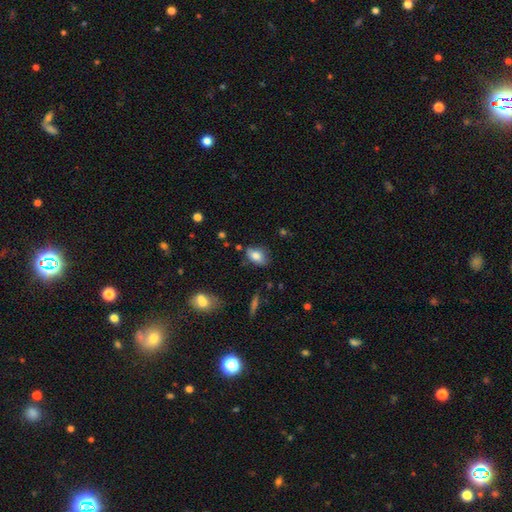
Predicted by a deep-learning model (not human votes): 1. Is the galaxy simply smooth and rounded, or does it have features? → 79% smooth, 13% featured or disk, 9% star or artifact.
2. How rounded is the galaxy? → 83% in between, 14% round, 3% cigar-shaped.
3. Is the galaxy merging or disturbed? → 66% none, 25% minor disturbance, 5% major disturbance, 4% merger.